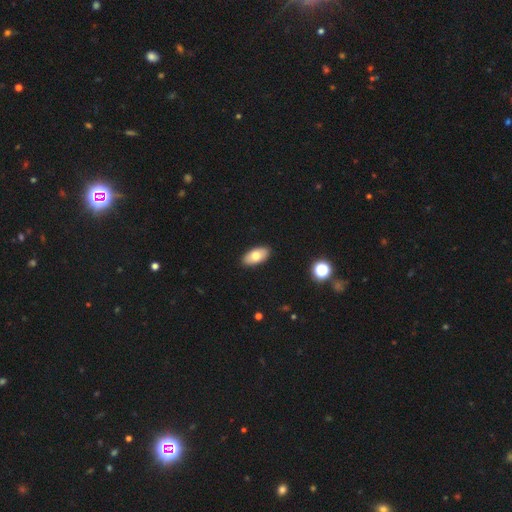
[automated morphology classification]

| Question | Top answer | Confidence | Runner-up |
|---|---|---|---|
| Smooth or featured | smooth | 73% | featured or disk (20%) |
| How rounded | in between | 93% | cigar-shaped (4%) |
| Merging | none | 90% | minor disturbance (7%) |